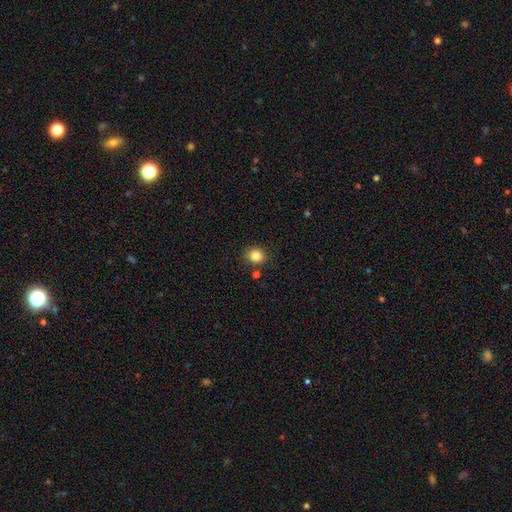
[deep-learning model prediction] Q: Smooth or featured?
A: smooth (84%); runner-up: star or artifact (11%)
Q: How rounded?
A: round (76%); runner-up: in between (23%)
Q: Merging?
A: none (84%); runner-up: minor disturbance (9%)